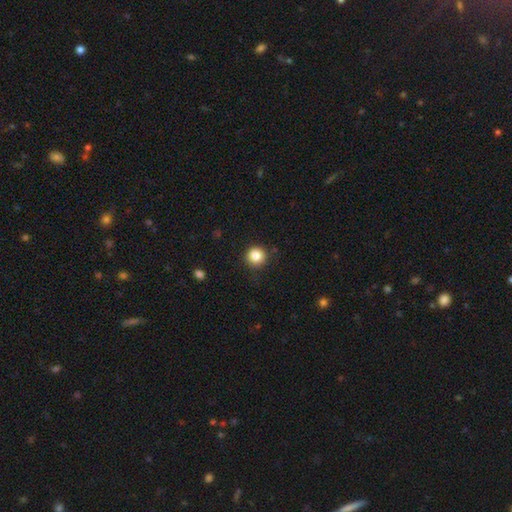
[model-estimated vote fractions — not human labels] A smooth galaxy with no disk features (85%) that is round (94%). Merging: none (87%).